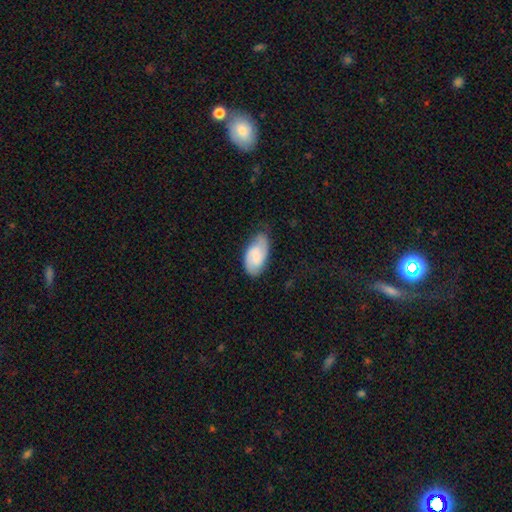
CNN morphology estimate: Q: Smooth or featured?
A: featured or disk (57%); runner-up: smooth (37%)
Q: Edge-on disk?
A: no (96%); runner-up: yes (4%)
Q: Bar?
A: no (46%); runner-up: weak (45%)
Q: Spiral arms?
A: yes (92%); runner-up: no (8%)
Q: Spiral winding?
A: medium (46%); runner-up: tight (38%)
Q: Spiral arm count?
A: 2 (81%); runner-up: can't tell (11%)
Q: Bulge size?
A: small (52%); runner-up: moderate (25%)
Q: Merging?
A: none (66%); runner-up: minor disturbance (26%)